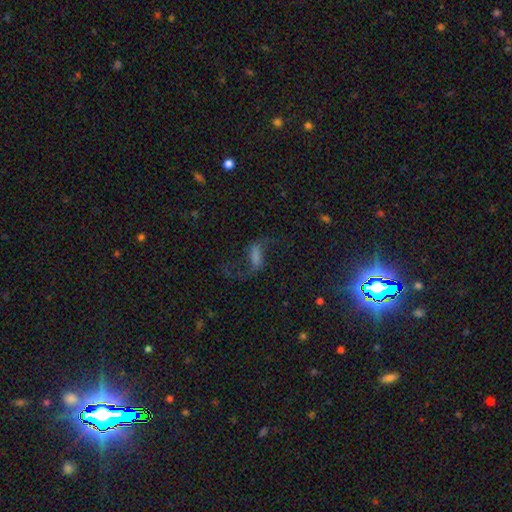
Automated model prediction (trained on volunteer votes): Smooth or featured? Predicted: featured or disk (p=0.58). Edge-on disk? Predicted: no (p=0.93). Bar? Predicted: weak (p=0.38, tied with strong). Spiral arms? Predicted: yes (p=0.88). Bulge size? Predicted: none (p=0.46). Merging? Predicted: none (p=0.64).